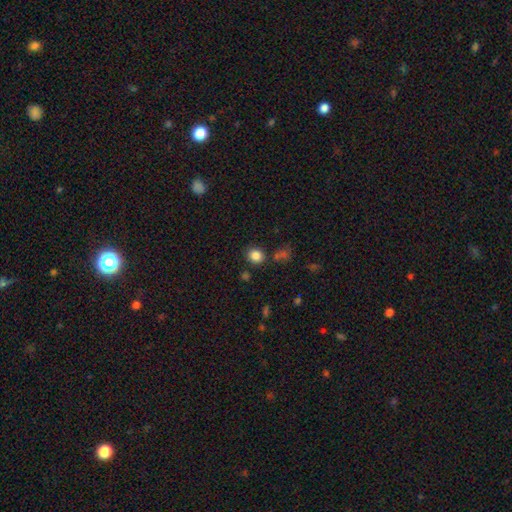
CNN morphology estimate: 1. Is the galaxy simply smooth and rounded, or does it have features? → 84% smooth, 11% star or artifact, 5% featured or disk.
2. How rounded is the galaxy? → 75% round, 24% in between, 1% cigar-shaped.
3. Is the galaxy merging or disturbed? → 82% none, 9% minor disturbance, 5% merger, 3% major disturbance.